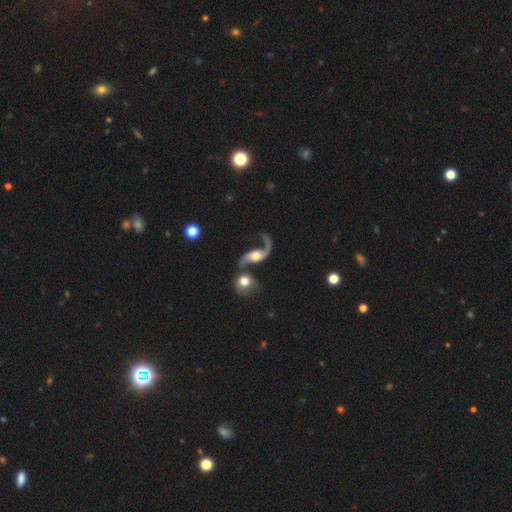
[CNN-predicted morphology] smooth-or-featured: featured or disk: 87% | smooth: 8% | star or artifact: 5%
  disk-edge-on: no: 95% | yes: 5%
    bar: no: 57% | weak: 30% | strong: 13%
    has-spiral-arms: yes: 95% | no: 5%
      spiral-winding: loose: 85% | medium: 11% | tight: 3%
      spiral-arm-count: 2: 87% | 1: 9% | can't tell: 1% | 3: 1% | 4: 1% | more than 4: 1%
    bulge-size: moderate: 61% | large: 19% | small: 15% | none: 3% | dominant: 3%
  merging: none: 41% | merger: 30% | major disturbance: 15% | minor disturbance: 14%